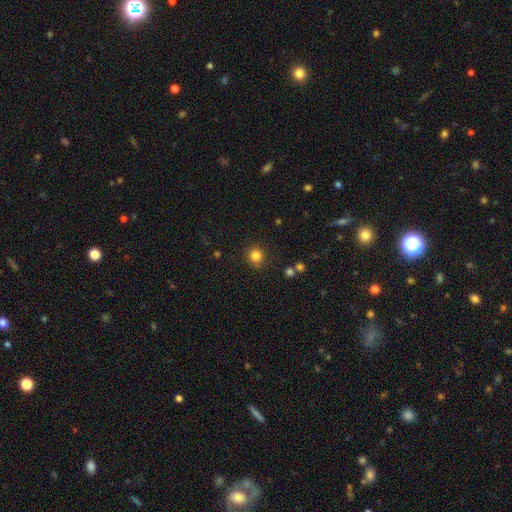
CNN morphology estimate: A smooth galaxy with no disk features (83%) that is round (90%).

Vote fractions:
- Smooth or featured? smooth: 83% / star or artifact: 12% / featured or disk: 5%
- How rounded? round: 90% / in between: 9% / cigar-shaped: 1%
- Merging? none: 87% / minor disturbance: 8% / major disturbance: 3% / merger: 2%